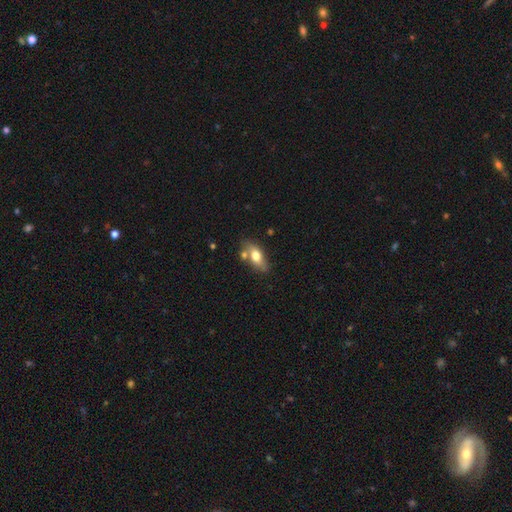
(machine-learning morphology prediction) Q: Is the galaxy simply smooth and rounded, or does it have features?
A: smooth — 65%.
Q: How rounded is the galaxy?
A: in between — 78%.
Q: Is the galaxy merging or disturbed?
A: none — 63%.